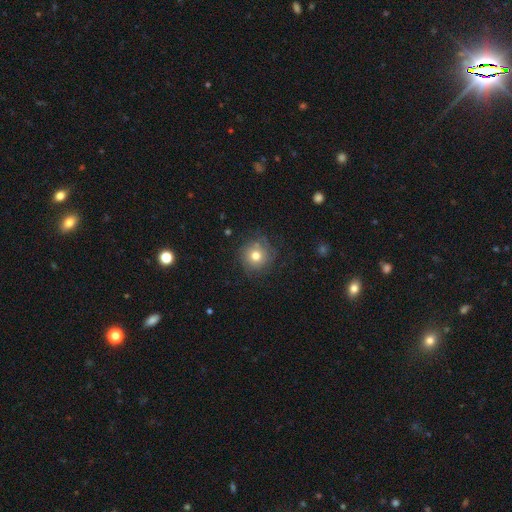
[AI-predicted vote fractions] Q: Smooth or featured?
A: smooth (68%); runner-up: featured or disk (18%)
Q: How rounded?
A: round (94%); runner-up: in between (5%)
Q: Merging?
A: none (77%); runner-up: minor disturbance (15%)